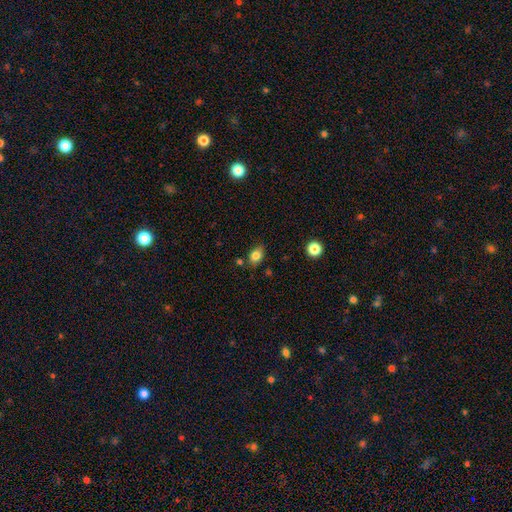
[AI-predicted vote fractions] Smooth or featured: smooth — 82% (star or artifact — 10%)
How rounded: in between — 74% (round — 24%)
Merging: none — 77% (minor disturbance — 15%)